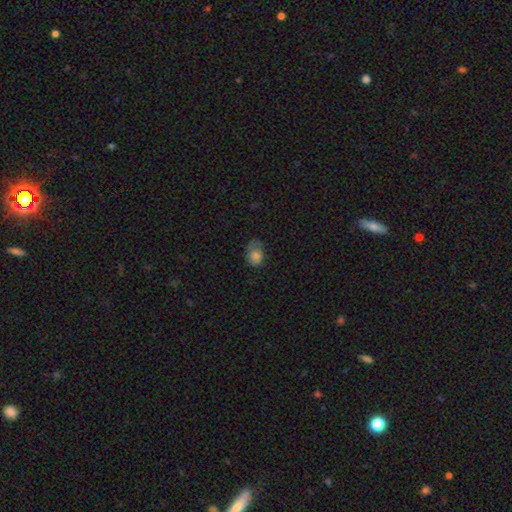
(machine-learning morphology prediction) type=smooth (71%); roundness=in between (61%); merging=none (37%).